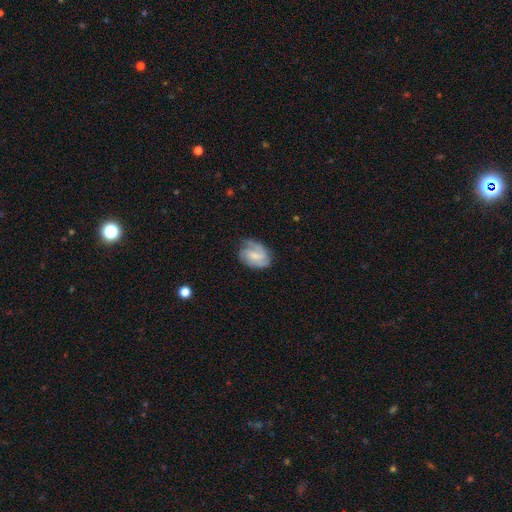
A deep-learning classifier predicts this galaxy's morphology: type=featured or disk (62%); edge-on=no (97%); bar=weak (50%); spiral arms=yes (89%); winding=medium (42%, tied with tight); arm count=2 (42%); bulge=small (38%); merging=none (61%).